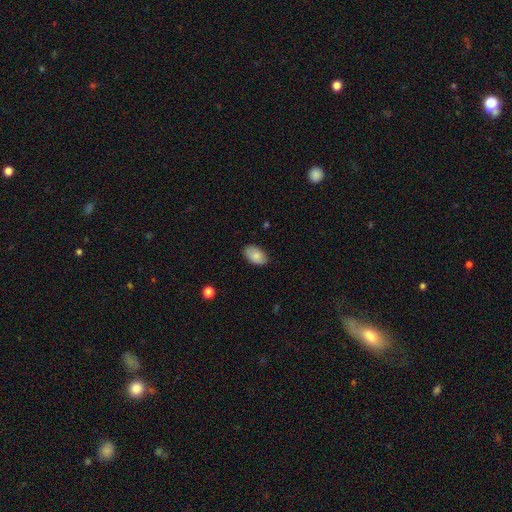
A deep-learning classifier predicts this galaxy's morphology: A smooth galaxy with no disk features (84%) that is in between round and cigar-shaped (93%). Merging: none (83%).